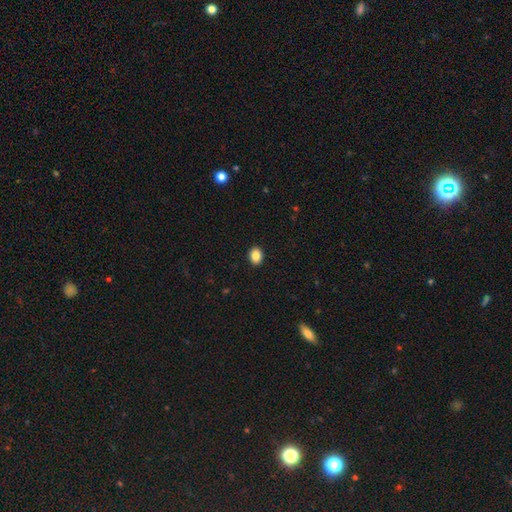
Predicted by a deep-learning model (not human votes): Smooth or featured? Predicted: smooth (p=0.86). How rounded? Predicted: in between (p=0.56). Merging? Predicted: none (p=0.92).